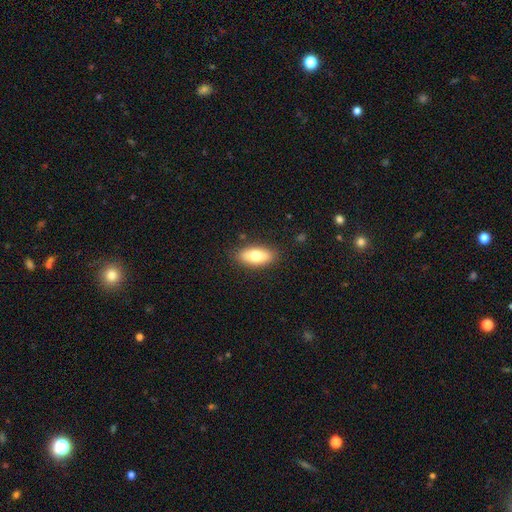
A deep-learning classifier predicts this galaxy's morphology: This appears to be a smooth galaxy with no disk features (78%) that is in between round and cigar-shaped (85%). Merging: none (85%).